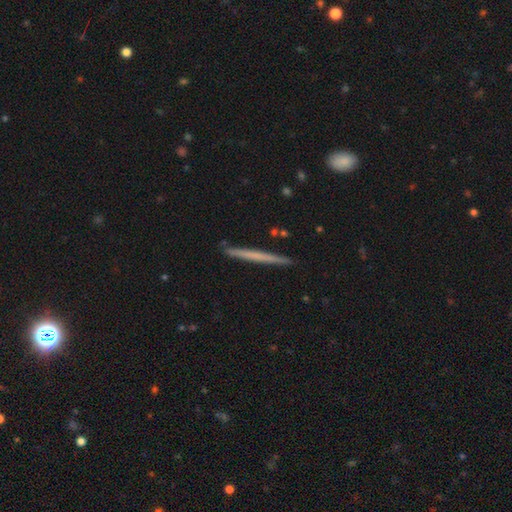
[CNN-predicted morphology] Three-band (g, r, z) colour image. It shows a smooth galaxy with no disk features (48%). Merging: none (91%).